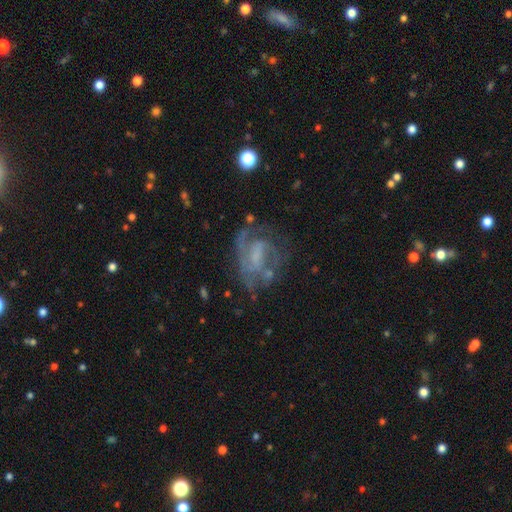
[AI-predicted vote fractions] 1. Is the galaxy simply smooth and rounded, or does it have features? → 73% featured or disk, 16% smooth, 12% star or artifact.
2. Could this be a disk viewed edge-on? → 97% no, 3% yes.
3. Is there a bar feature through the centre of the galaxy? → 44% no, 41% weak, 15% strong.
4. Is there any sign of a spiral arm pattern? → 76% yes, 24% no.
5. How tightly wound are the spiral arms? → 42% medium, 36% tight, 22% loose.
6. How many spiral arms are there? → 35% 2 (tied), 35% can't tell (tied), 13% 1, 11% 3, 3% 4, 3% more than 4.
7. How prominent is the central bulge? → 44% none, 31% small, 21% moderate, 4% large, 1% dominant.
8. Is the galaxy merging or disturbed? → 53% none, 23% major disturbance, 20% minor disturbance, 4% merger.